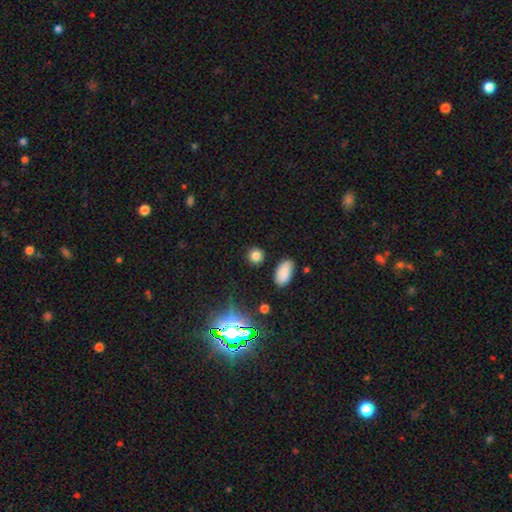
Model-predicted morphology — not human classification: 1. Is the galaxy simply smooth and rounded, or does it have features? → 79% smooth, 16% star or artifact, 5% featured or disk.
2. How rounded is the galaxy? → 82% round, 16% in between, 2% cigar-shaped.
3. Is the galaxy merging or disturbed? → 86% none, 8% minor disturbance, 3% merger, 3% major disturbance.